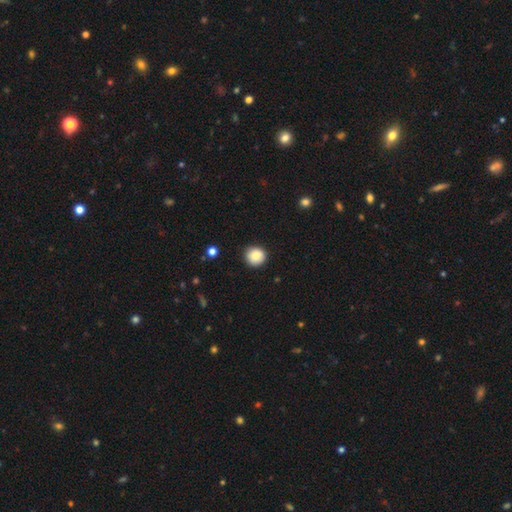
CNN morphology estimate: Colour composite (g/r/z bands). It shows a smooth galaxy with no disk features (86%) that is round (93%). Merging: none (90%).